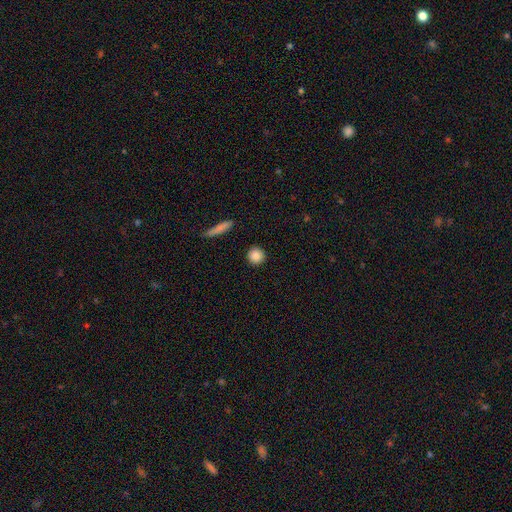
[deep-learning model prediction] smooth 87%, star or artifact 8%, featured or disk 5%. Down the decision tree: how rounded — round (93%); merging — none (92%).